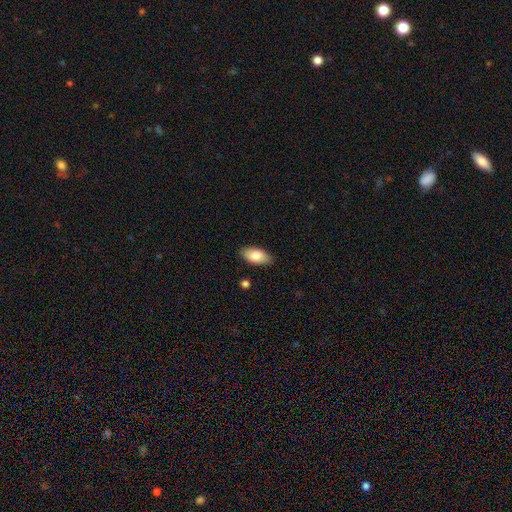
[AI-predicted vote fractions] smooth_or_featured: smooth (p=0.83) [alt: featured or disk p=0.11]
how_rounded: in between (p=0.92) [alt: cigar-shaped p=0.05]
merging: none (p=0.86) [alt: minor disturbance p=0.10]